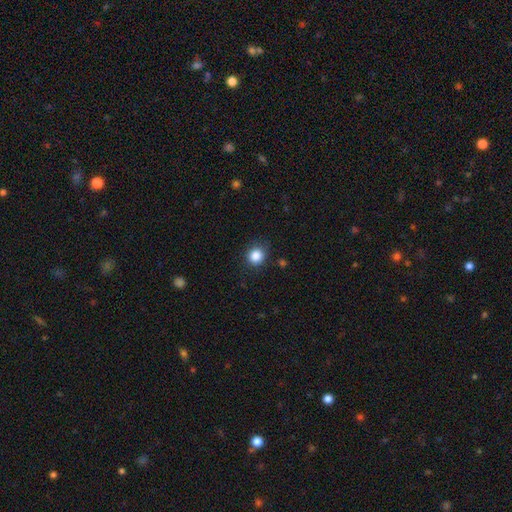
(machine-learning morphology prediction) This appears to be a smooth galaxy with no disk features (86%) that is round (85%). Merging: none (84%).